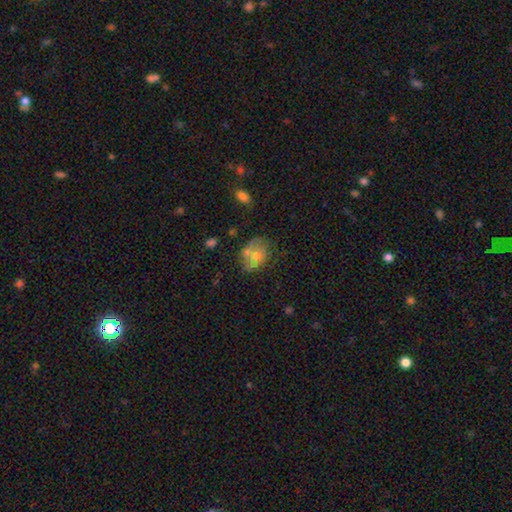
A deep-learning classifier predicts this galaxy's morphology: Q: Smooth or featured?
A: smooth (56%); runner-up: featured or disk (33%)
Q: How rounded?
A: in between (67%); runner-up: round (32%)
Q: Merging?
A: none (46%); runner-up: minor disturbance (23%)